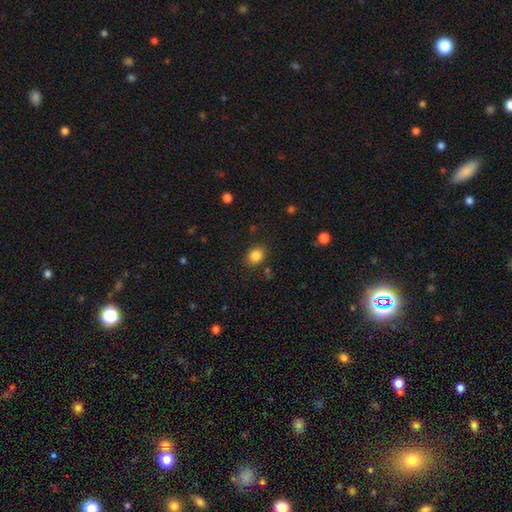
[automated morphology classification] This is clearly a smooth galaxy (84%). How rounded: possibly round (54%). Merging: clearly none (84%).